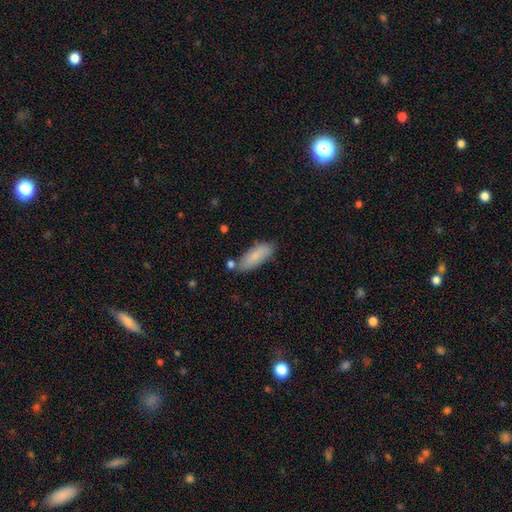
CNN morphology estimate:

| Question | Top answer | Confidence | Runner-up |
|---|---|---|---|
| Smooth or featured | smooth | 84% | featured or disk (10%) |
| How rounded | in between | 69% | cigar-shaped (29%) |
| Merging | none | 73% | minor disturbance (16%) |